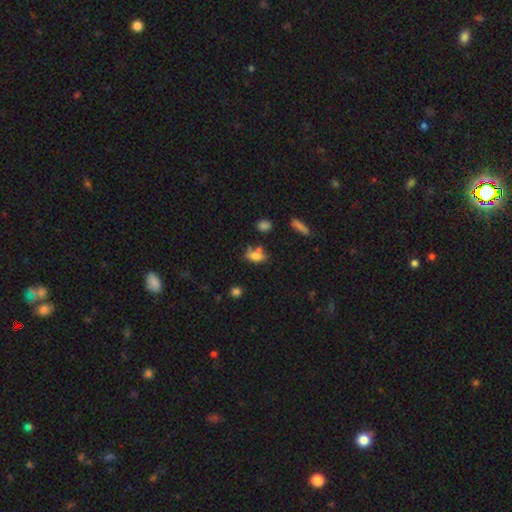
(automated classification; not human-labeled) A smooth galaxy with no disk features (74%) that is in between round and cigar-shaped (81%).

Vote fractions:
- Smooth or featured? smooth: 74% / featured or disk: 14% / star or artifact: 12%
- How rounded? in between: 81% / round: 10% / cigar-shaped: 8%
- Merging? none: 52% / minor disturbance: 22% / merger: 18% / major disturbance: 8%